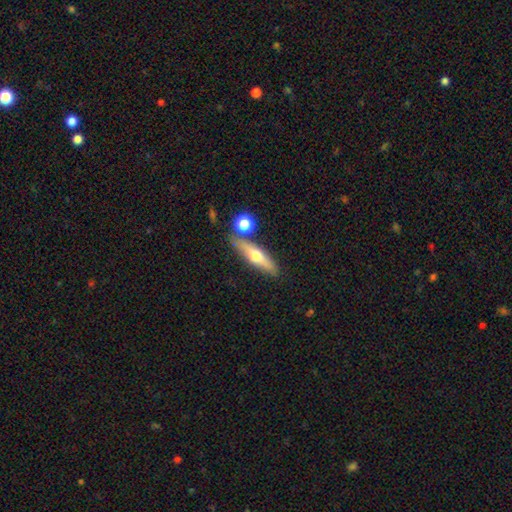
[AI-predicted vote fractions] Morphology: type=featured or disk (47%); merging=none (78%).